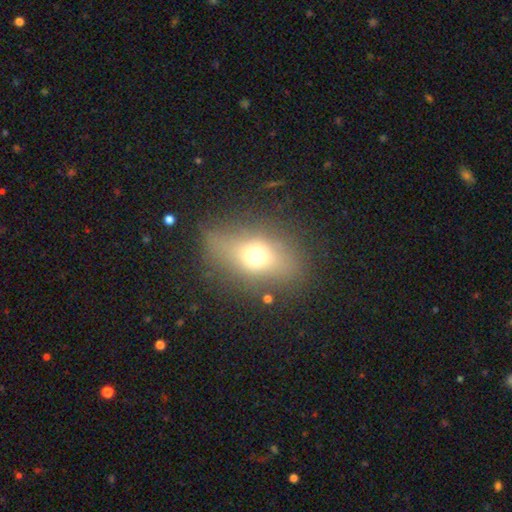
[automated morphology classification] smooth 59%, featured or disk 24%, star or artifact 17%. Down the decision tree: how rounded — in between (66%); merging — none (72%).